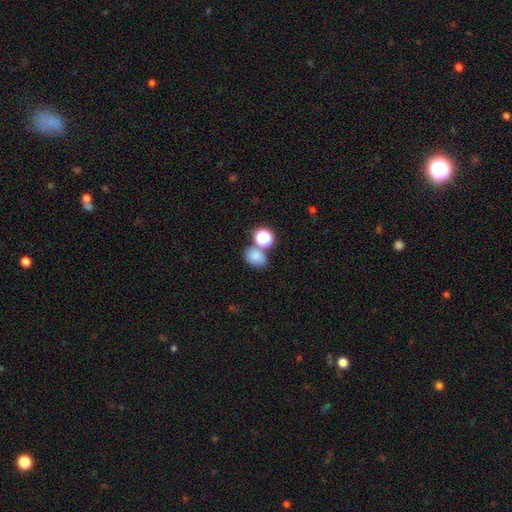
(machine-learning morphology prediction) Smooth or featured: smooth — 78% (star or artifact — 15%)
How rounded: in between — 55% (round — 44%)
Merging: none — 56% (merger — 27%)